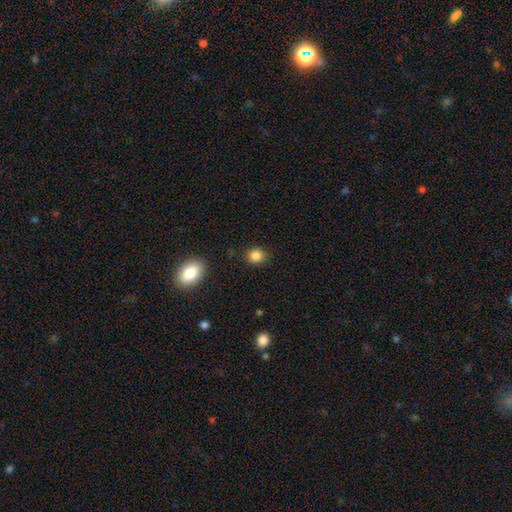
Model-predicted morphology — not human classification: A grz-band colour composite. It shows a smooth galaxy with no disk features (85%) that is round (71%). Merging: none (86%).